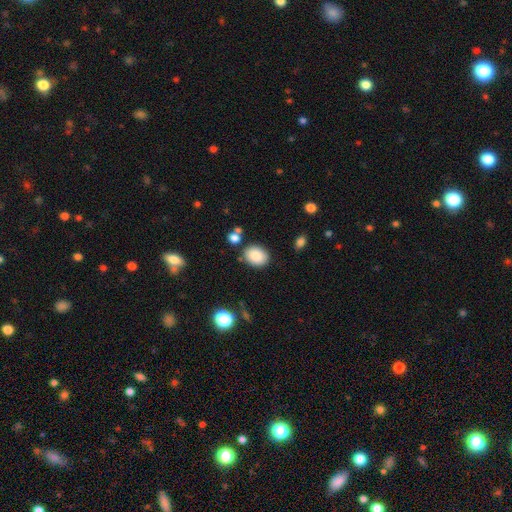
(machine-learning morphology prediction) smooth-or-featured: smooth: 85% | star or artifact: 9% | featured or disk: 6%
  how-rounded: in between: 59% | round: 40% | cigar-shaped: 1%
  merging: none: 82% | minor disturbance: 10% | merger: 5% | major disturbance: 3%